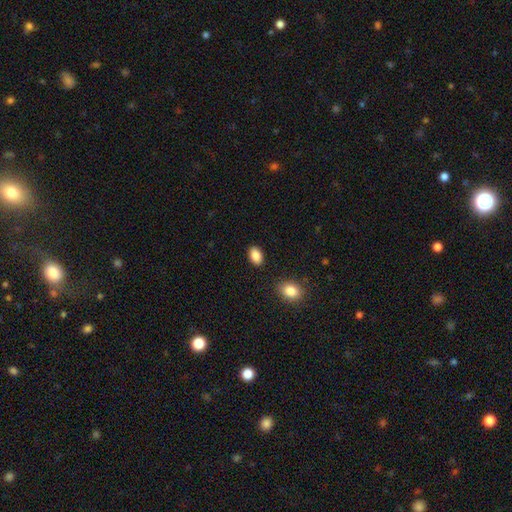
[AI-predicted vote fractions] This appears to be a smooth galaxy with no disk features (88%) that is in between round and cigar-shaped (88%). Merging: none (87%).